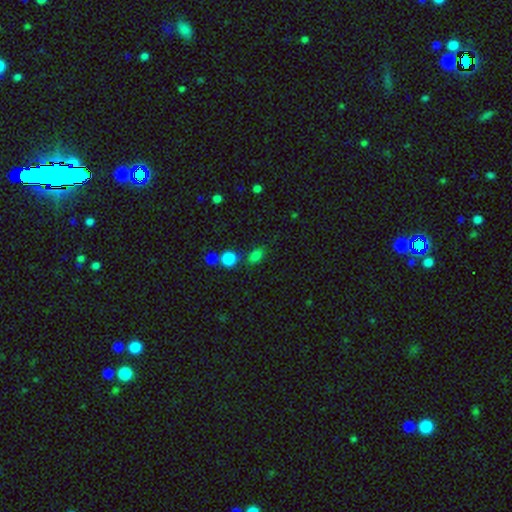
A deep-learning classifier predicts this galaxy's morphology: The model was most divided on "how rounded": in between: 68%, round: 30%, cigar-shaped: 2%. More confident: smooth or featured — smooth (80%); merging — none (71%).